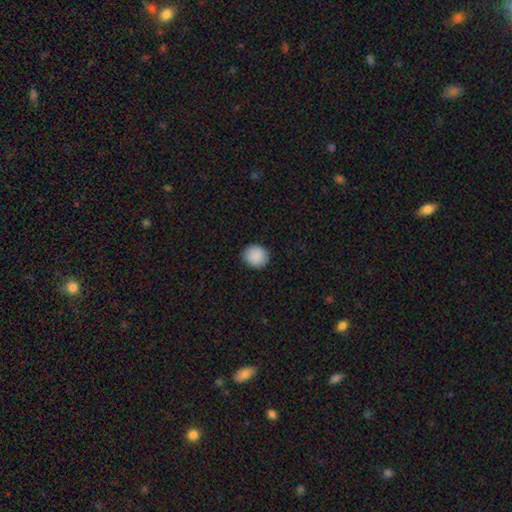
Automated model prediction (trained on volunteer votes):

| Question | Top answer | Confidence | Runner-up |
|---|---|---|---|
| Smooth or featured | smooth | 90% | star or artifact (8%) |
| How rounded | round | 84% | in between (15%) |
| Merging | none | 88% | minor disturbance (9%) |